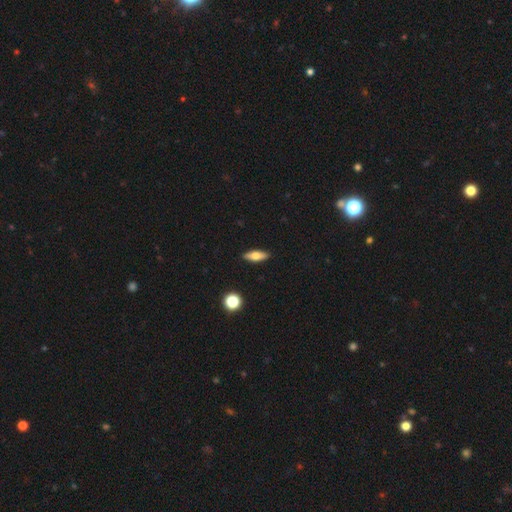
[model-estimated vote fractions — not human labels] Morphology: type=smooth (63%); roundness=in between (60%); merging=none (89%).